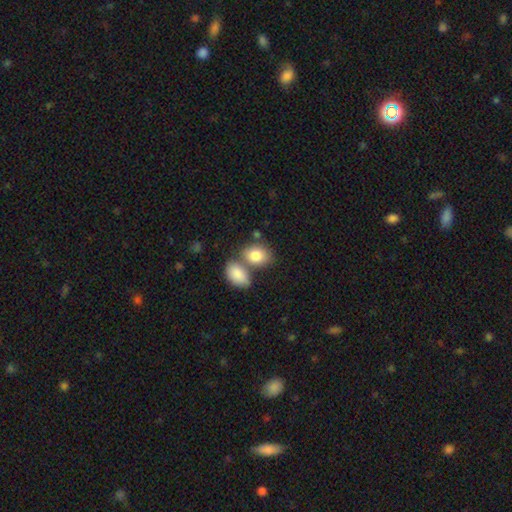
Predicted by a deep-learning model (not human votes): Overall: smooth (84%). How rounded: in between (73%). Merging: merger (45%; none 41%).